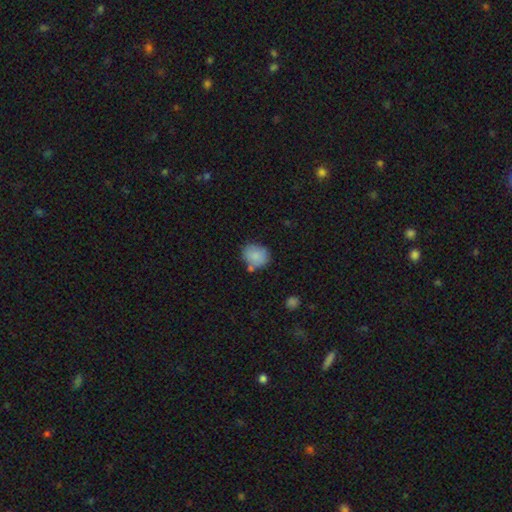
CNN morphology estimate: A smooth galaxy with no disk features (83%) that is round (66%).

Vote fractions:
- Smooth or featured? smooth: 83% / featured or disk: 9% / star or artifact: 8%
- How rounded? round: 66% / in between: 33% / cigar-shaped: 1%
- Merging? none: 60% / minor disturbance: 22% / merger: 12% / major disturbance: 6%